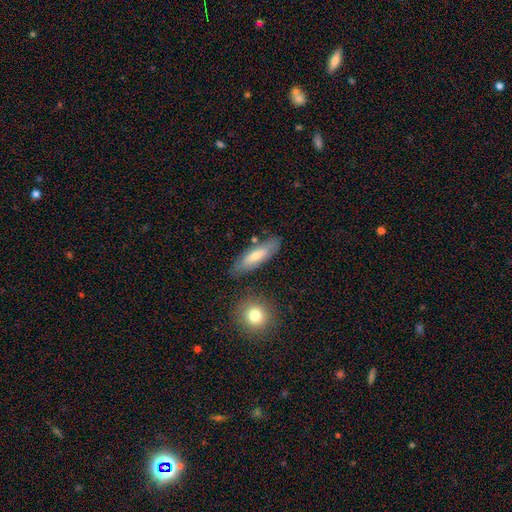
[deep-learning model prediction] This appears to be a smooth galaxy with no disk features (60%) that is cigar-shaped (56%). Merging: none (80%).